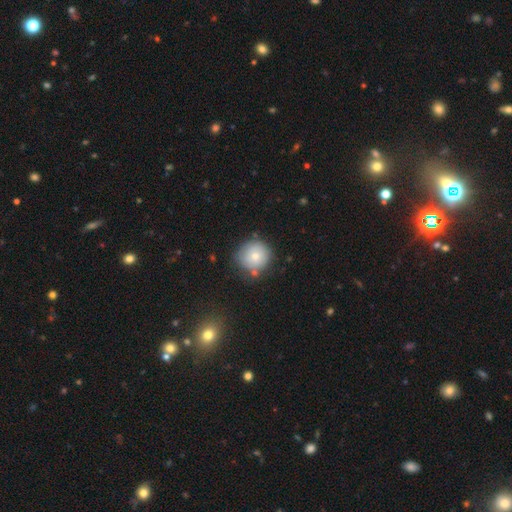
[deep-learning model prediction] smooth-or-featured: smooth: 67% | featured or disk: 21% | star or artifact: 11%
  how-rounded: round: 92% | in between: 7% | cigar-shaped: 1%
  merging: none: 75% | minor disturbance: 16% | merger: 5% | major disturbance: 4%